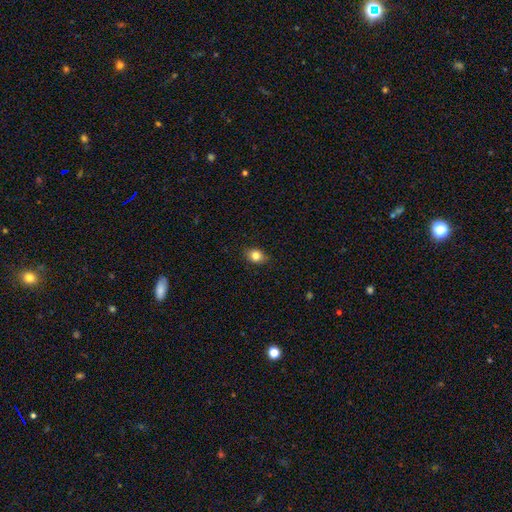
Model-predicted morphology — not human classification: type=smooth (83%); roundness=in between (52%); merging=none (88%).